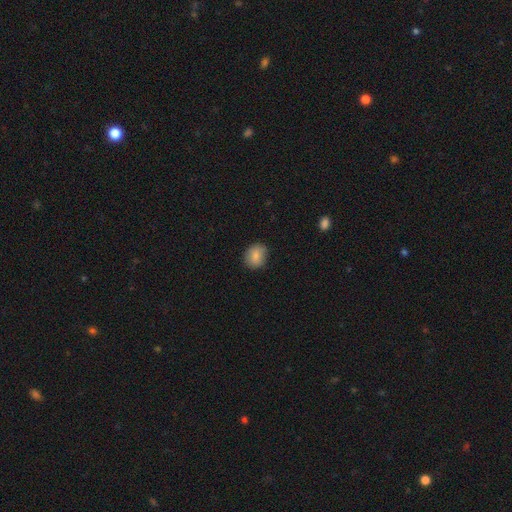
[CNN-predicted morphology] Smooth or featured?
  - smooth: 84% *
  - star or artifact: 8%
  - featured or disk: 8%
How rounded?
  - round: 62% *
  - in between: 37%
  - cigar-shaped: 1%
Merging?
  - none: 85% *
  - minor disturbance: 12%
  - major disturbance: 3%
  - merger: 1%